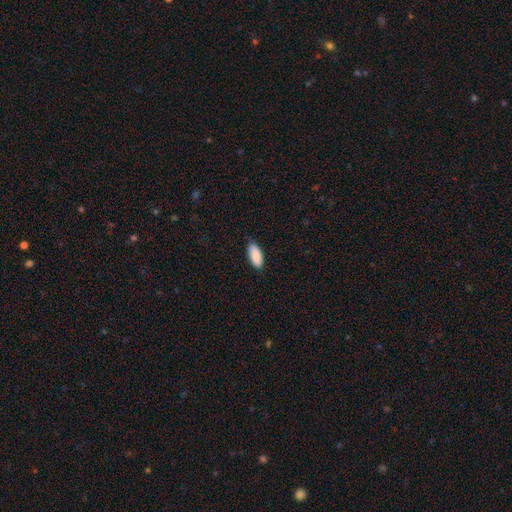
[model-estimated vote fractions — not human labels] A smooth galaxy with no disk features (89%) that is in between round and cigar-shaped (87%). Merging: none (82%).